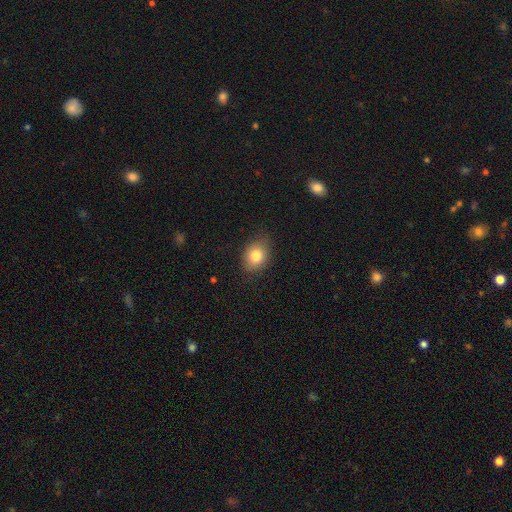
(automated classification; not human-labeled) Overall: smooth (80%). How rounded: in between (62%; round 37%). Merging: none (79%).